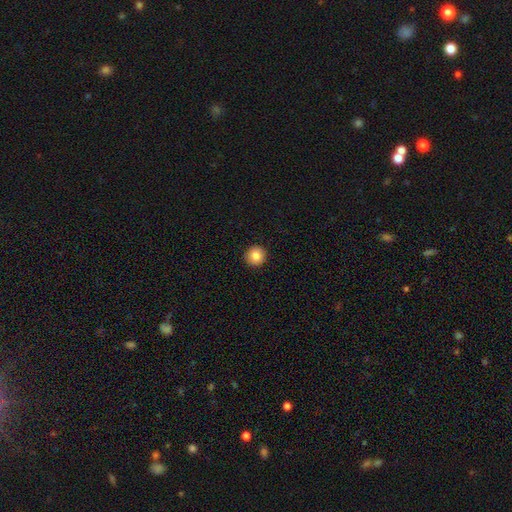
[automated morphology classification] smooth_or_featured: smooth (p=0.85) [alt: star or artifact p=0.09]
how_rounded: round (p=0.95) [alt: in between p=0.04]
merging: none (p=0.93) [alt: minor disturbance p=0.04]